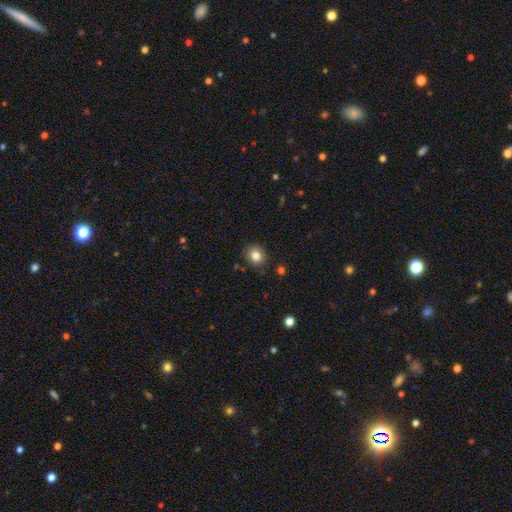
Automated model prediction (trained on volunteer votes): A smooth galaxy with no disk features (83%) that is round (72%).

Vote fractions:
- Smooth or featured? smooth: 83% / star or artifact: 10% / featured or disk: 7%
- How rounded? round: 72% / in between: 27% / cigar-shaped: 1%
- Merging? none: 87% / minor disturbance: 9% / major disturbance: 2% / merger: 2%